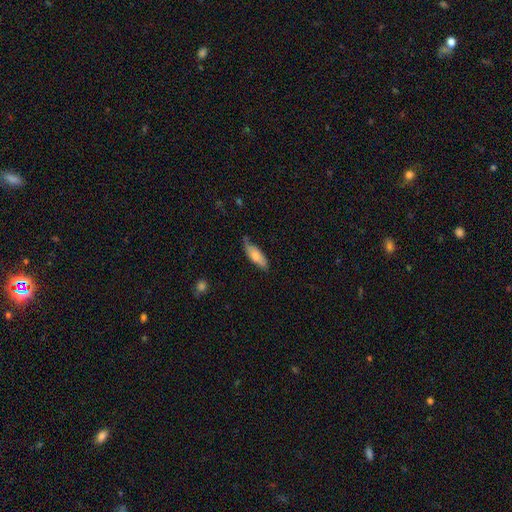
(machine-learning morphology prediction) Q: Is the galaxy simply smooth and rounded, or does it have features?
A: smooth — 71%.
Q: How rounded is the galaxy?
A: in between — 61%.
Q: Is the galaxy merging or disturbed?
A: none — 62%.